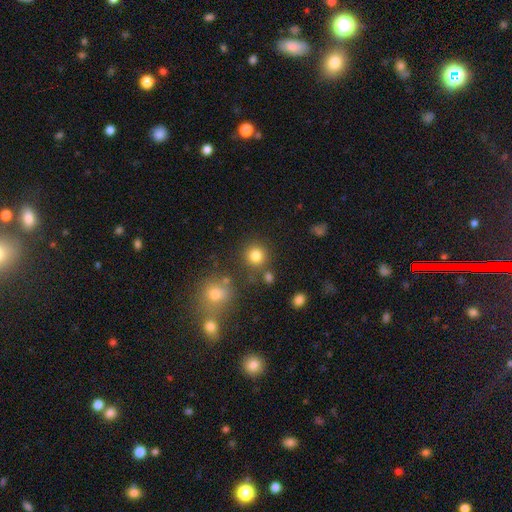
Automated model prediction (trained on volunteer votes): Q: Smooth or featured?
A: smooth (82%); runner-up: star or artifact (13%)
Q: How rounded?
A: round (92%); runner-up: in between (7%)
Q: Merging?
A: none (81%); runner-up: minor disturbance (8%)